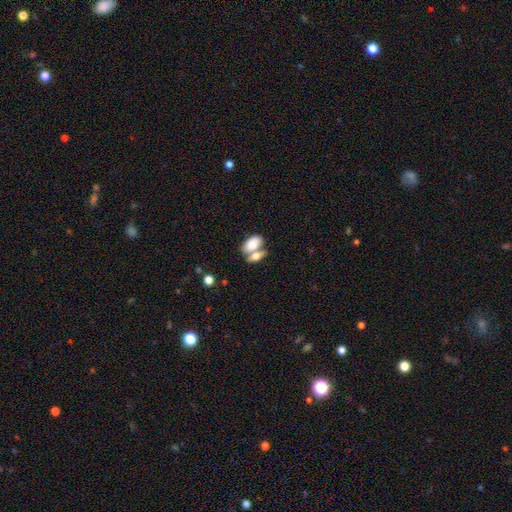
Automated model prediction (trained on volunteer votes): smooth 76%, featured or disk 18%, star or artifact 7%. Down the decision tree: how rounded — in between (87%); merging — merger (57%).